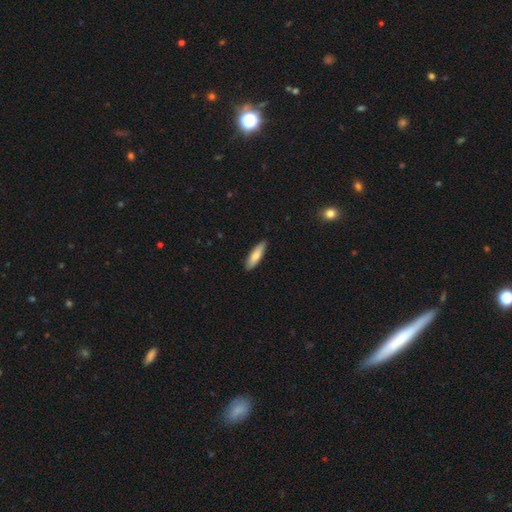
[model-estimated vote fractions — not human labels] A smooth galaxy with no disk features (75%) that is cigar-shaped (61%).

Vote fractions:
- Smooth or featured? smooth: 75% / featured or disk: 19% / star or artifact: 6%
- How rounded? cigar-shaped: 61% / in between: 37% / round: 2%
- Merging? none: 88% / minor disturbance: 9% / major disturbance: 2% / merger: 1%